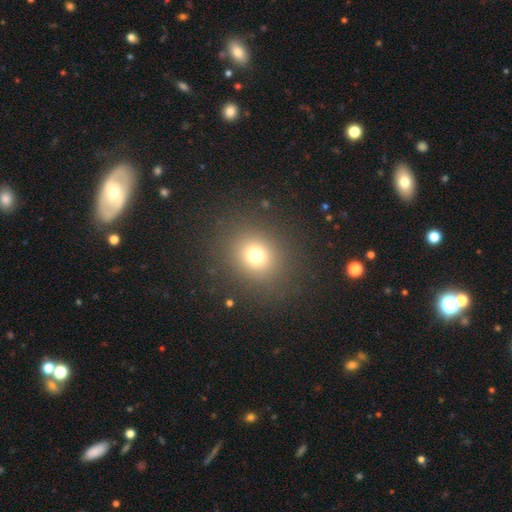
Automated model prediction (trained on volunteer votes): Q: Smooth or featured?
A: smooth (72%); runner-up: star or artifact (19%)
Q: How rounded?
A: round (76%); runner-up: in between (24%)
Q: Merging?
A: none (87%); runner-up: minor disturbance (7%)